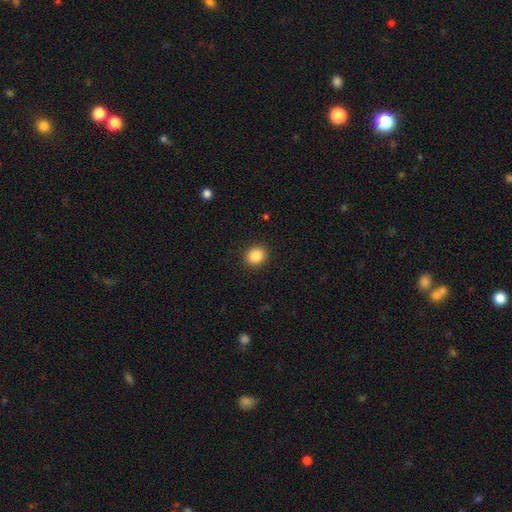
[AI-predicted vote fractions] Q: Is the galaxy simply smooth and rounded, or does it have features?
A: smooth — 87%.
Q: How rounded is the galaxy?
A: round — 73%.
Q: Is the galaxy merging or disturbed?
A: none — 90%.